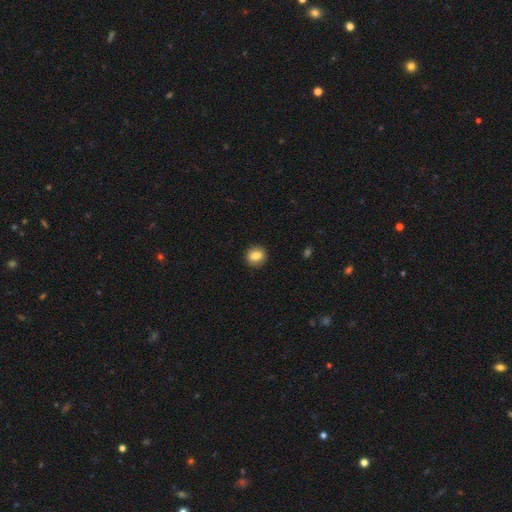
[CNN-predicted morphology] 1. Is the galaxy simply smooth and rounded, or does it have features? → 83% smooth, 9% featured or disk, 9% star or artifact.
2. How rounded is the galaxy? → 76% round, 23% in between, 1% cigar-shaped.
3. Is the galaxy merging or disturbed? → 90% none, 7% minor disturbance, 2% major disturbance, 1% merger.